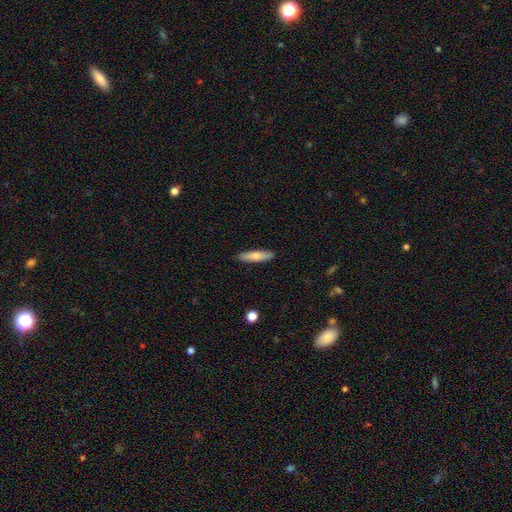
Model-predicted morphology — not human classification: Smooth or featured? Predicted: smooth (p=0.61). How rounded? Predicted: cigar-shaped (p=0.78). Merging? Predicted: none (p=0.90).